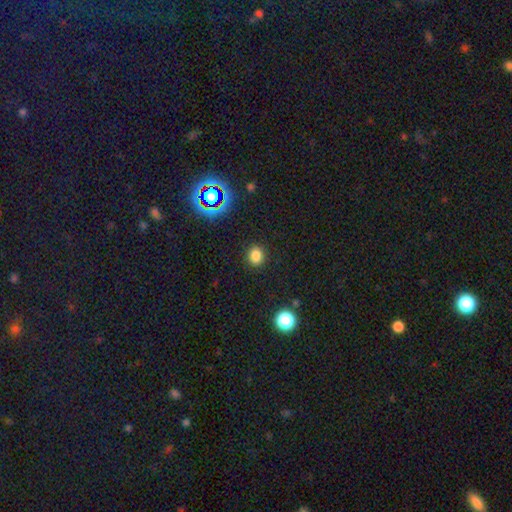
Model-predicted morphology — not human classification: Smooth or featured: smooth — 80% (star or artifact — 15%)
How rounded: round — 70% (in between — 29%)
Merging: none — 90% (minor disturbance — 7%)